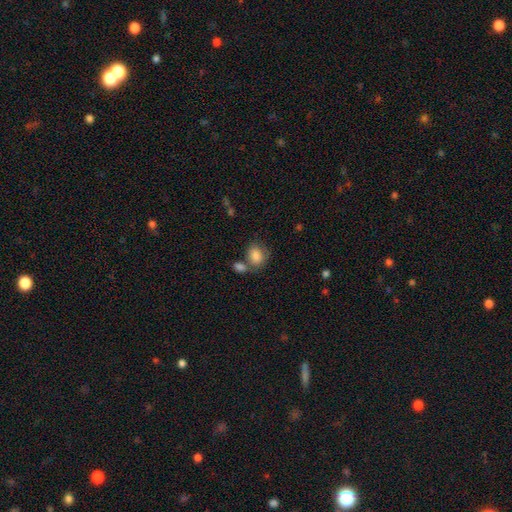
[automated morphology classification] A smooth galaxy with no disk features (84%) that is in between round and cigar-shaped (58%). Merging: none (43%).